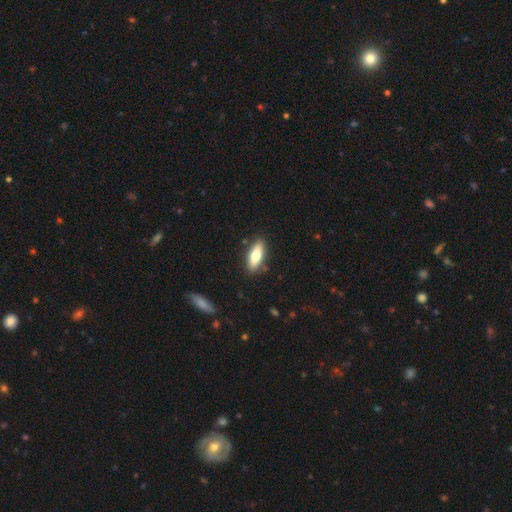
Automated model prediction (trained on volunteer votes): smooth_or_featured: smooth (p=0.71) [alt: featured or disk p=0.23]
how_rounded: in between (p=0.68) [alt: cigar-shaped p=0.30]
merging: none (p=0.84) [alt: minor disturbance p=0.11]